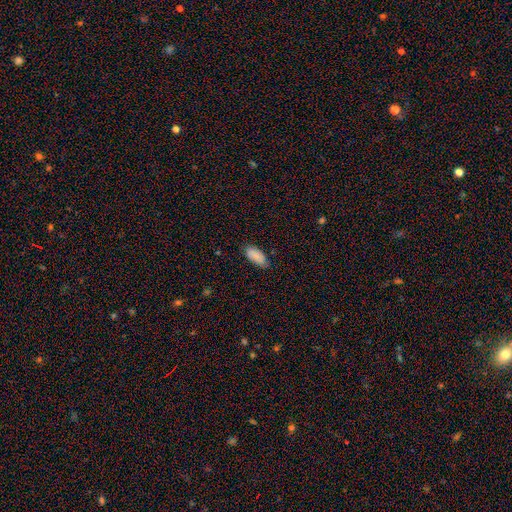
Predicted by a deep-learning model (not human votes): The model was most divided on "merging": none: 78%, minor disturbance: 18%, major disturbance: 3%, merger: 1%. More confident: how rounded — in between (91%); smooth or featured — smooth (83%).